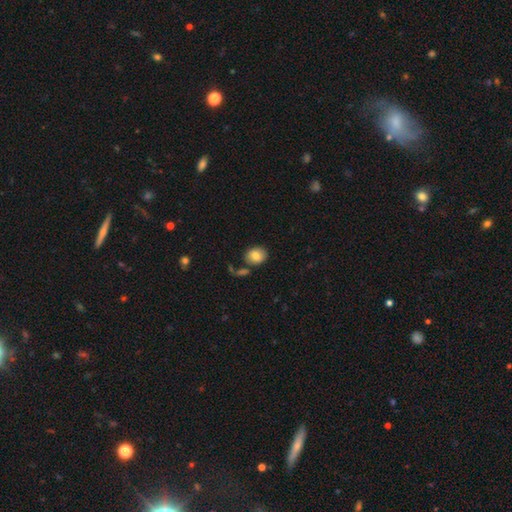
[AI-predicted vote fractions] smooth-or-featured: smooth: 81% | featured or disk: 11% | star or artifact: 9%
  how-rounded: round: 62% | in between: 37% | cigar-shaped: 1%
  merging: none: 75% | minor disturbance: 12% | merger: 10% | major disturbance: 4%